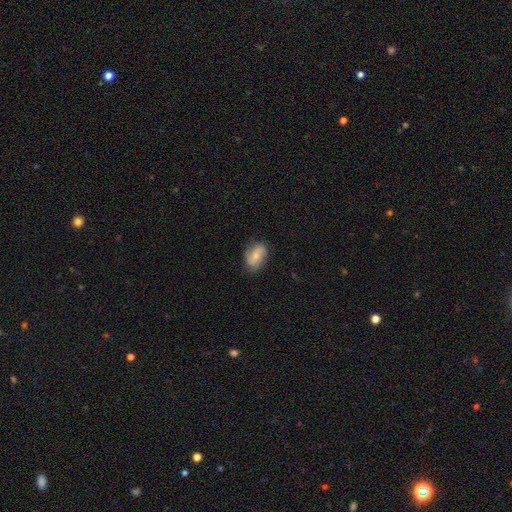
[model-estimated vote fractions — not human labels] The model was most divided on "smooth or featured" (2-way tie): featured or disk: 46%, smooth: 46%, star or artifact: 8%. More confident: merging — none (76%).